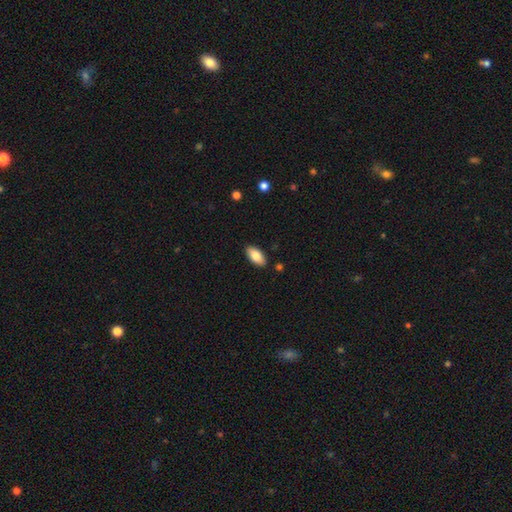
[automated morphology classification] smooth_or_featured: smooth (p=0.83) [alt: featured or disk p=0.11]
how_rounded: in between (p=0.92) [alt: cigar-shaped p=0.06]
merging: none (p=0.88) [alt: minor disturbance p=0.09]